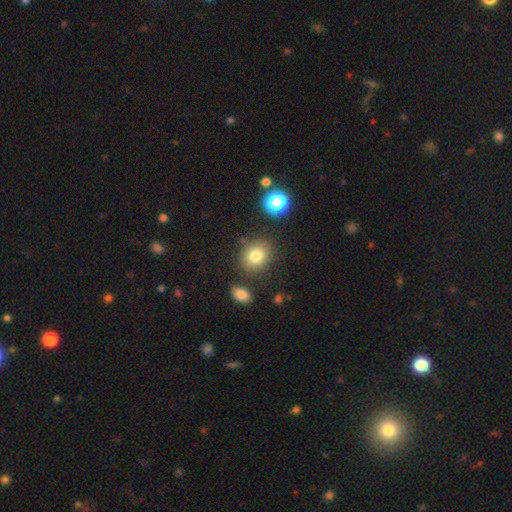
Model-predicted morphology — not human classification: type=smooth (79%); roundness=round (68%); merging=none (81%).